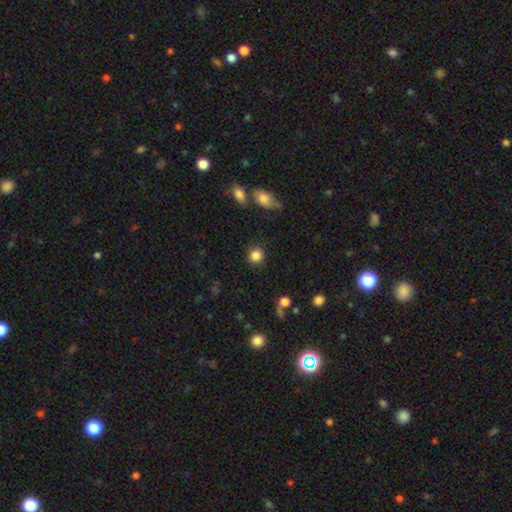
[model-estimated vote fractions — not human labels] Smooth or featured? Predicted: smooth (p=0.85). How rounded? Predicted: round (p=0.86). Merging? Predicted: none (p=0.87).